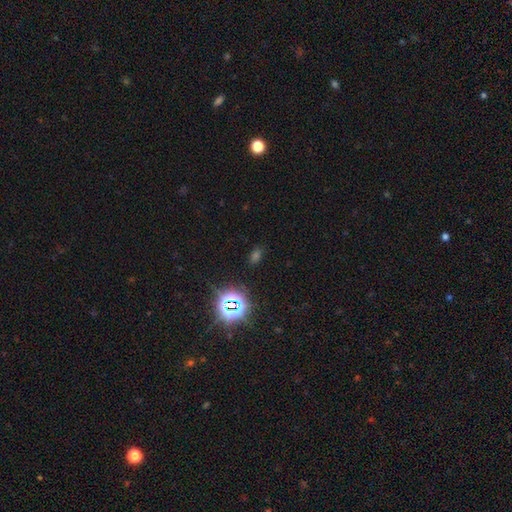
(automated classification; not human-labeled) Smooth or featured? Predicted: star or artifact (p=0.60).